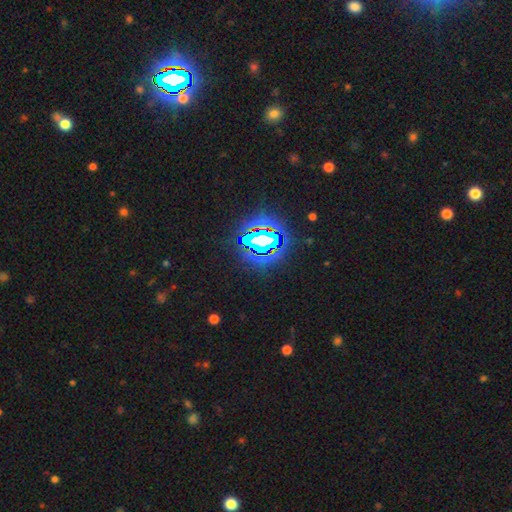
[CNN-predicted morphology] Overall: star or artifact (84%).